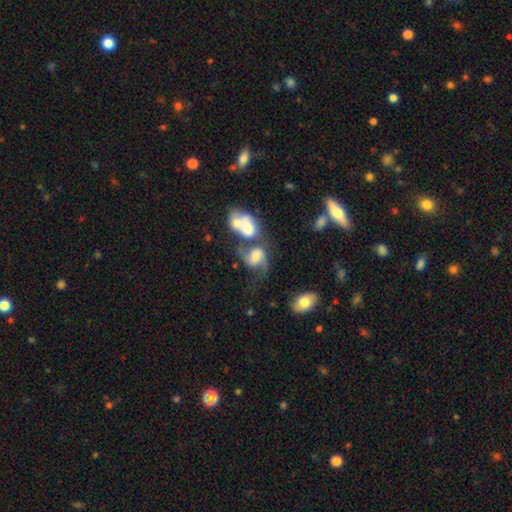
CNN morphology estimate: Overall: featured or disk (66%). Edge-on disk: no (97%). Bar: no (49%; weak 38%). Spiral arms: yes (85%). Spiral arm count: 2 (83%). Spiral winding: loose (57%; medium 34%). Bulge size: moderate (35%; large 28%). Merging: merger (51%; none 22%).